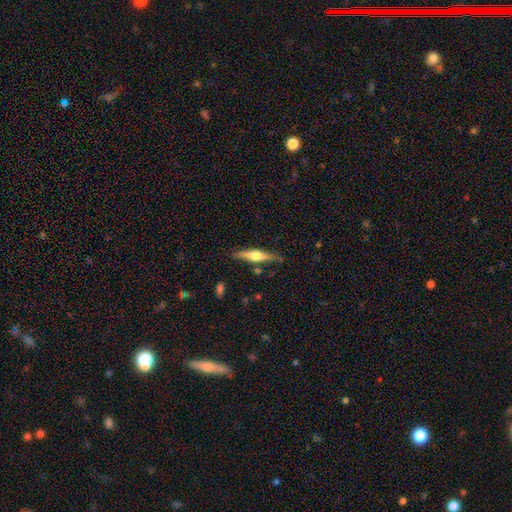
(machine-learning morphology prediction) Smooth or featured: featured or disk — 59% (smooth — 35%)
Edge-on disk: yes — 96% (no — 4%)
Edge-on bulge: rounded — 92% (boxy — 5%)
Merging: none — 81% (minor disturbance — 13%)